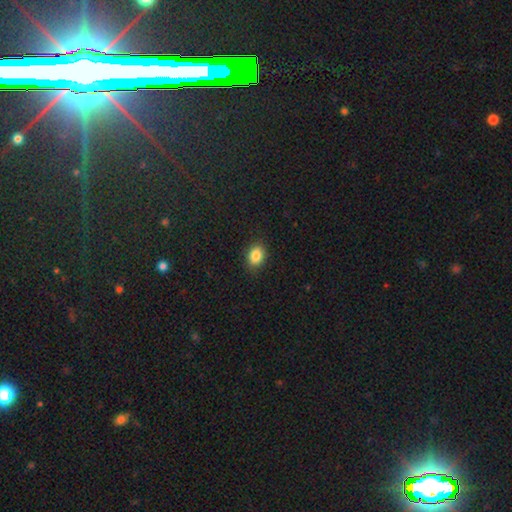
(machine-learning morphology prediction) Smooth or featured: smooth — 85% (star or artifact — 9%)
How rounded: in between — 65% (round — 34%)
Merging: none — 88% (minor disturbance — 9%)